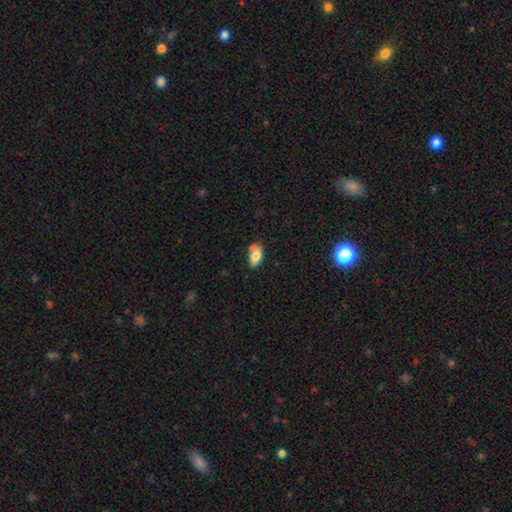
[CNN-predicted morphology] type=smooth (79%); roundness=in between (92%); merging=none (57%).